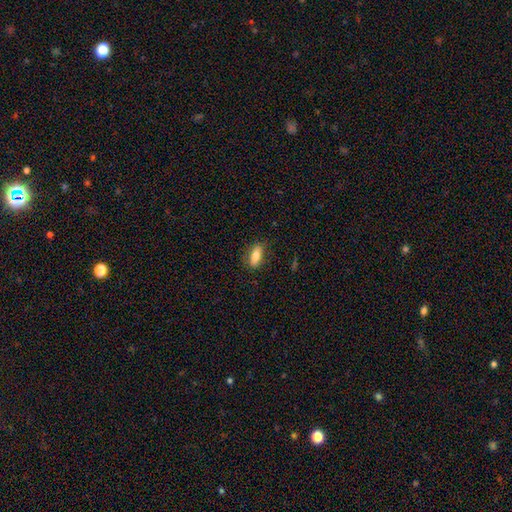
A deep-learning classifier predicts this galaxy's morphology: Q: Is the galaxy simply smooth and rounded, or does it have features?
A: smooth — 78%.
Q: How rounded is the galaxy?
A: in between — 73%.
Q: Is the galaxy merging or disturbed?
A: none — 81%.